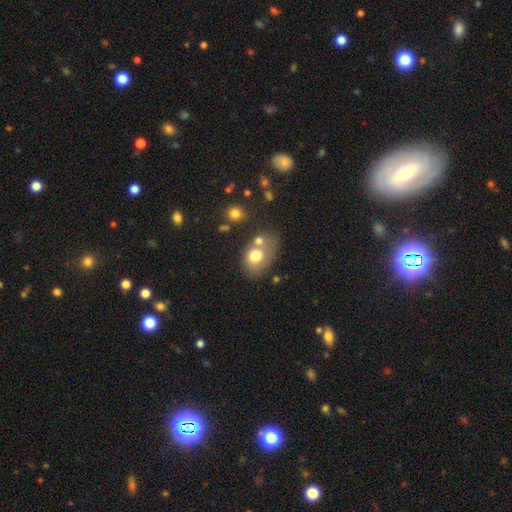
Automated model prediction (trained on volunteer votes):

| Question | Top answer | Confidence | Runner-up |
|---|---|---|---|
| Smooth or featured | smooth | 73% | featured or disk (18%) |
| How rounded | in between | 67% | round (32%) |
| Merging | none | 43% | merger (31%) |